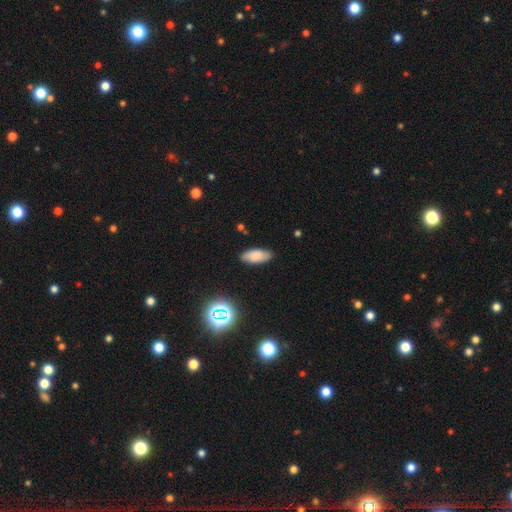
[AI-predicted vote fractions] smooth_or_featured: smooth (p=0.79) [alt: featured or disk p=0.12]
how_rounded: in between (p=0.86) [alt: cigar-shaped p=0.12]
merging: none (p=0.86) [alt: minor disturbance p=0.11]